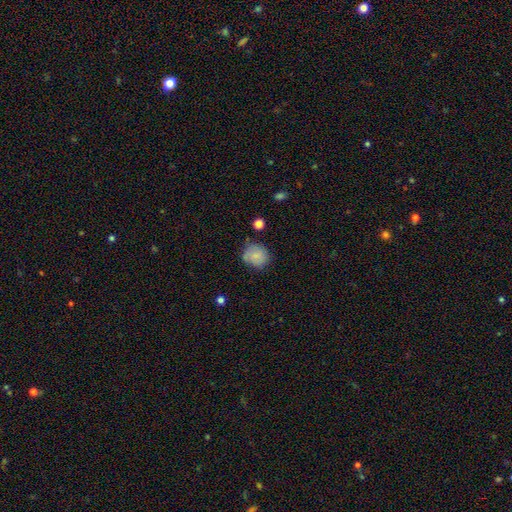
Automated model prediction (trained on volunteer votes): Overall: smooth (78%). How rounded: round (75%). Merging: none (68%).